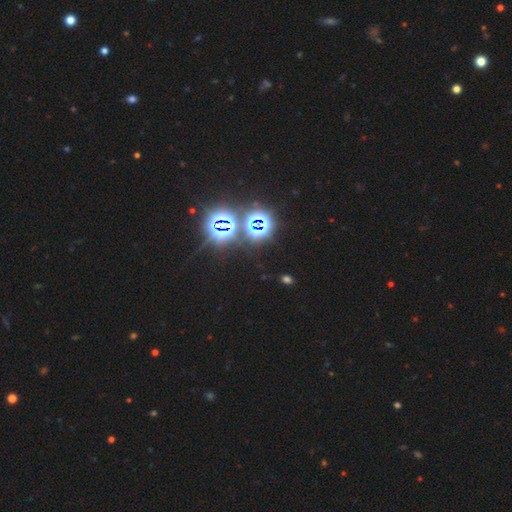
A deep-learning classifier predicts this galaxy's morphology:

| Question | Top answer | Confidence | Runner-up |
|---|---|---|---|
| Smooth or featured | star or artifact | 83% | smooth (11%) |